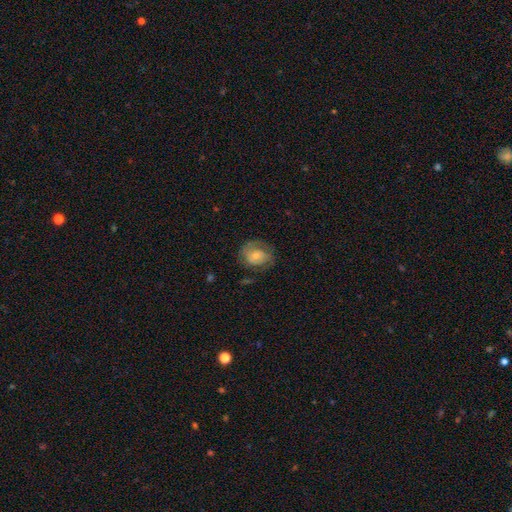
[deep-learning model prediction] The model was most divided on "bulge size": small: 48%, moderate: 45%, large: 3%, none: 2%, dominant: 1%. More confident: edge-on disk — no (97%); spiral arms — yes (81%); merging — none (68%); bar — no (66%); smooth or featured — featured or disk (59%).